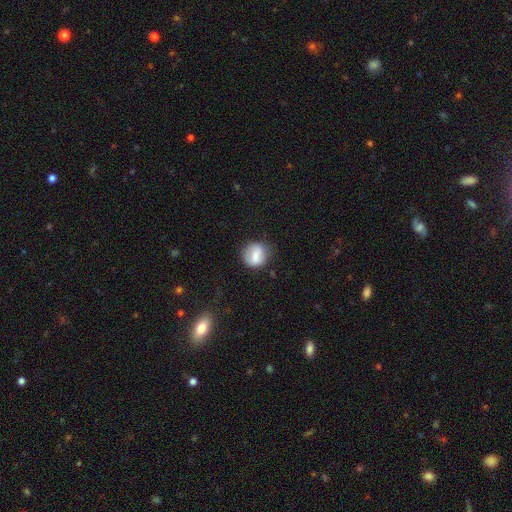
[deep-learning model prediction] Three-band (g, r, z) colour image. It shows a smooth galaxy with no disk features (71%) that is round (78%). Merging: none (74%).